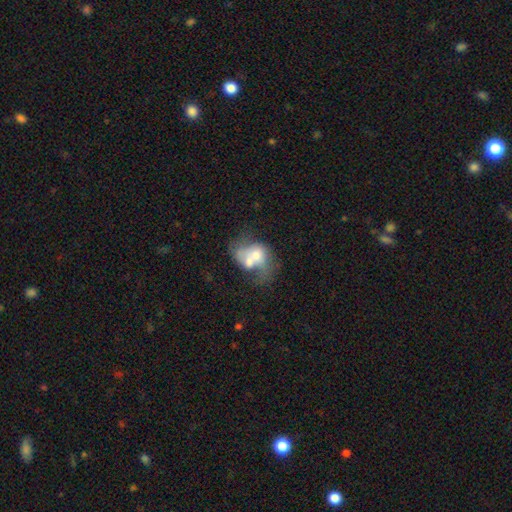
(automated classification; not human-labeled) This appears to be a featured or disk galaxy (47%). Merging: merger (60%).